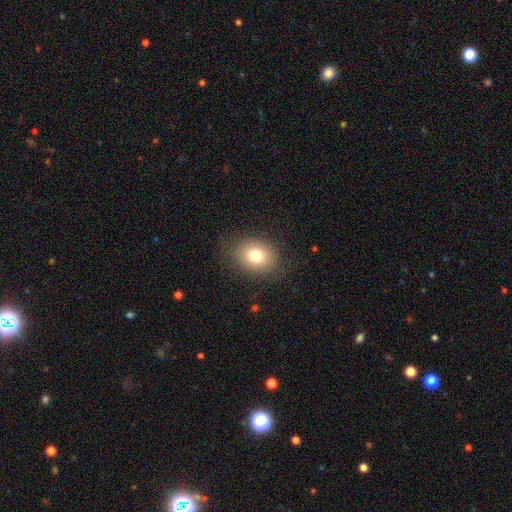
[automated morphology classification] smooth-or-featured: smooth: 77% | star or artifact: 12% | featured or disk: 11%
  how-rounded: in between: 51% | round: 48% | cigar-shaped: 1%
  merging: none: 84% | minor disturbance: 10% | major disturbance: 4% | merger: 1%